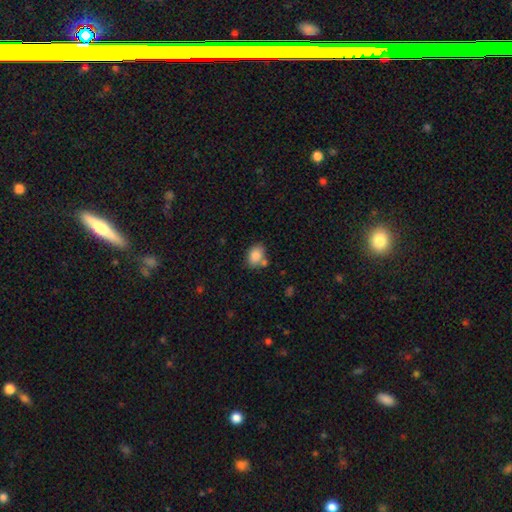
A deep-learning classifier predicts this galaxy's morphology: Q: Smooth or featured?
A: smooth (85%); runner-up: star or artifact (8%)
Q: How rounded?
A: in between (71%); runner-up: round (28%)
Q: Merging?
A: none (68%); runner-up: minor disturbance (15%)